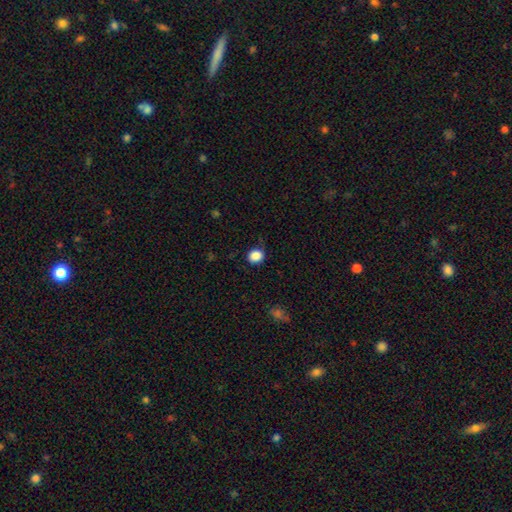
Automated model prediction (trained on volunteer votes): A smooth galaxy with no disk features (87%) that is round (79%).

Vote fractions:
- Smooth or featured? smooth: 87% / star or artifact: 10% / featured or disk: 3%
- How rounded? round: 79% / in between: 20% / cigar-shaped: 1%
- Merging? none: 79% / minor disturbance: 16% / major disturbance: 4% / merger: 1%